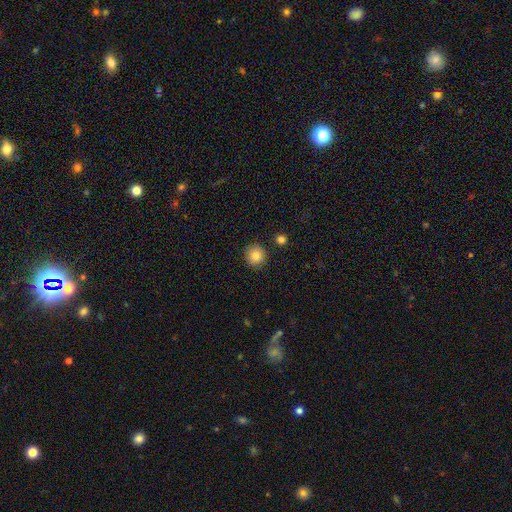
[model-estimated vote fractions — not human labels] Overall: smooth (84%). How rounded: round (92%). Merging: none (89%).